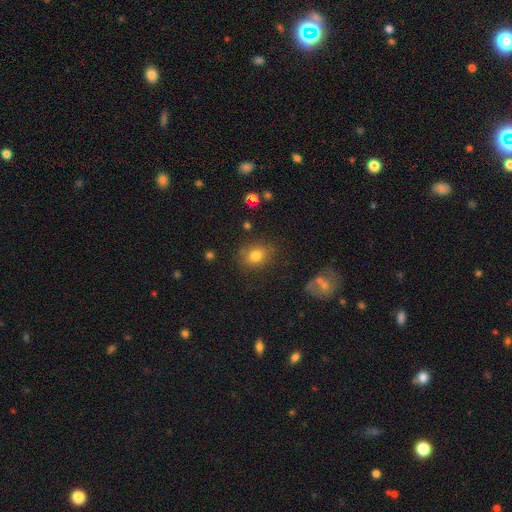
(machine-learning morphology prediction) This is likely a smooth galaxy (78%). How rounded: possibly round (56%). Merging: likely none (77%).